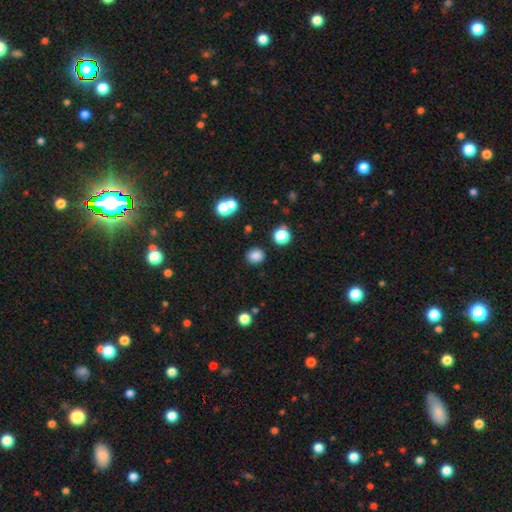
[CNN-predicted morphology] smooth 83%, star or artifact 13%, featured or disk 4%. Down the decision tree: how rounded — round (76%); merging — none (86%).